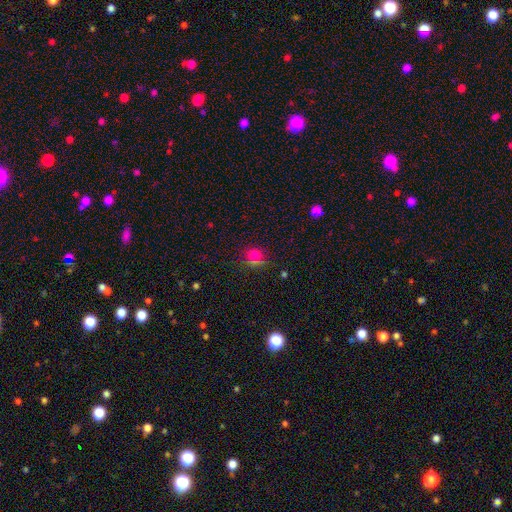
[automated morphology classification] Smooth or featured? Predicted: smooth (p=0.69). How rounded? Predicted: round (p=0.82). Merging? Predicted: none (p=0.72).